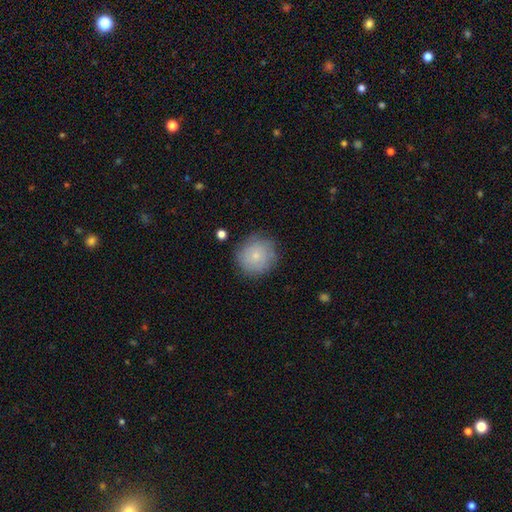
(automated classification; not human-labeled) smooth 72%, featured or disk 20%, star or artifact 8%. Down the decision tree: how rounded — round (92%); merging — none (80%).